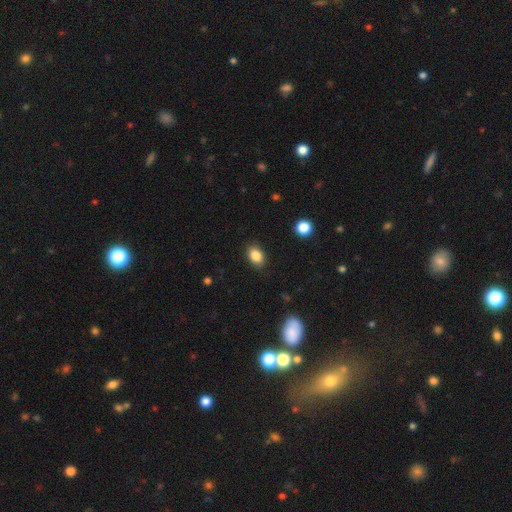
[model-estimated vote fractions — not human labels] smooth-or-featured: smooth: 87% | star or artifact: 9% | featured or disk: 4%
  how-rounded: in between: 80% | round: 19% | cigar-shaped: 1%
  merging: none: 87% | minor disturbance: 9% | major disturbance: 3% | merger: 1%